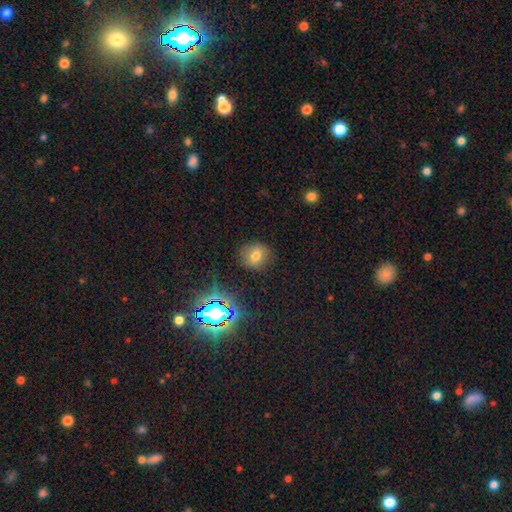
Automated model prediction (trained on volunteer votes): Q: Smooth or featured?
A: smooth (66%); runner-up: star or artifact (20%)
Q: How rounded?
A: round (75%); runner-up: in between (23%)
Q: Merging?
A: none (84%); runner-up: minor disturbance (11%)